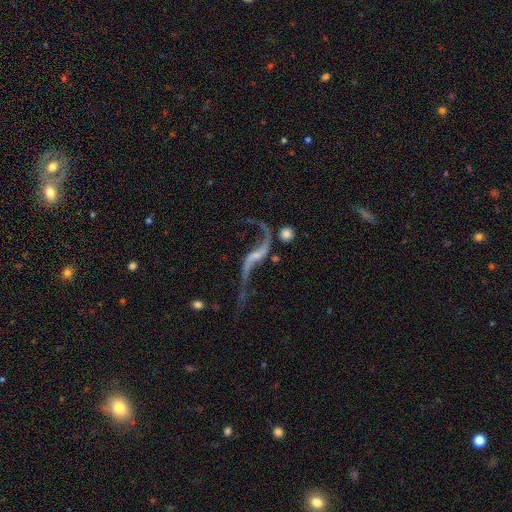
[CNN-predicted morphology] smooth_or_featured: featured or disk (p=0.89) [alt: star or artifact p=0.07]
disk_edge_on: no (p=0.91) [alt: yes p=0.09]
bar: no (p=0.43) [alt: weak p=0.35]
has_spiral_arms: yes (p=0.94) [alt: no p=0.06]
spiral_winding: loose (p=0.95) [alt: medium p=0.04]
spiral_arm_count: 2 (p=0.92) [alt: 1 p=0.03]
bulge_size: small (p=0.63) [alt: none p=0.18]
merging: none (p=0.52) [alt: major disturbance p=0.20]